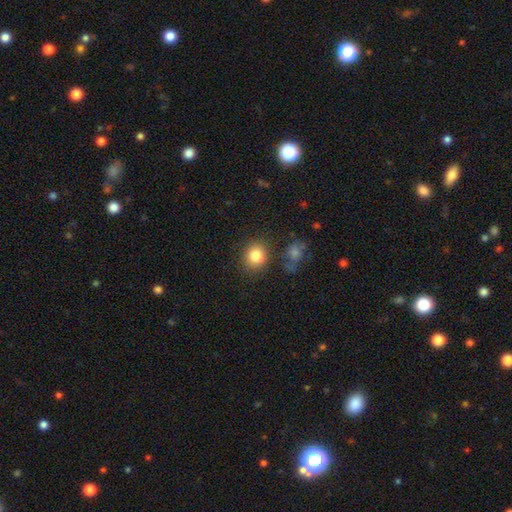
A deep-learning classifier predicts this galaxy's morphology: The model was most divided on "how rounded": round: 77%, in between: 22%, cigar-shaped: 1%. More confident: smooth or featured — smooth (84%); merging — none (79%).